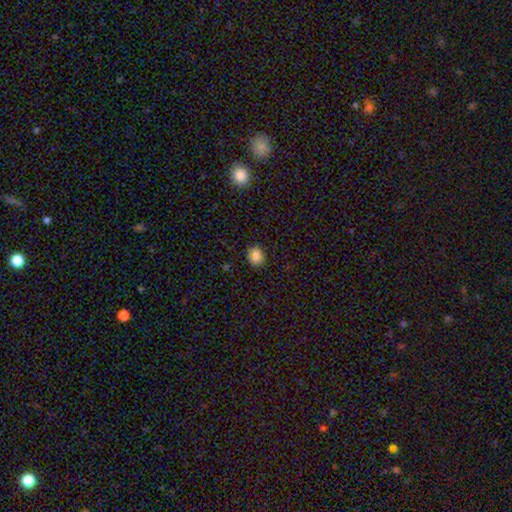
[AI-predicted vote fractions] smooth 86%, star or artifact 10%, featured or disk 4%. Down the decision tree: how rounded — round (70%); merging — none (88%).